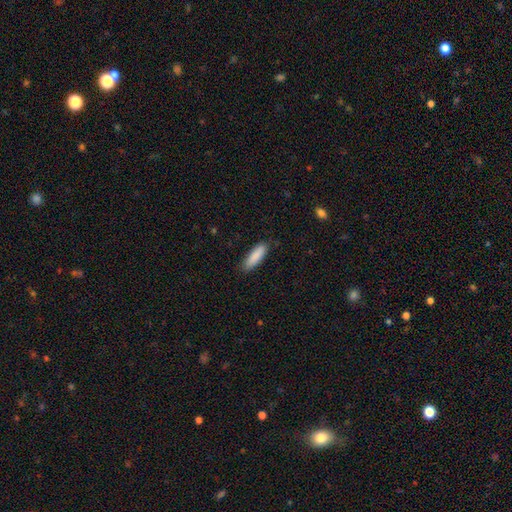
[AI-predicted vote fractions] Smooth or featured: smooth — 88% (featured or disk — 6%)
How rounded: cigar-shaped — 59% (in between — 39%)
Merging: none — 85% (minor disturbance — 12%)